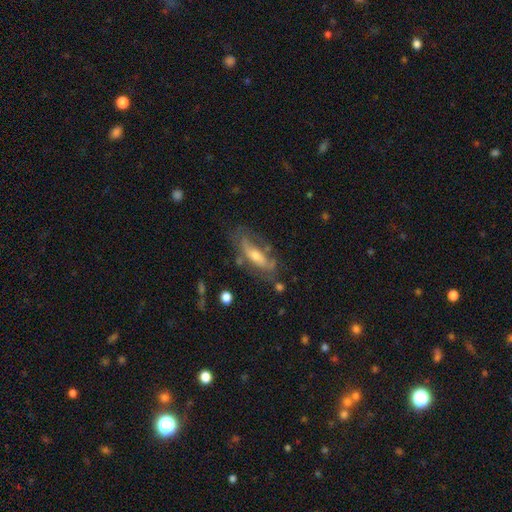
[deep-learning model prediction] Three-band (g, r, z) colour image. It shows a featured or disk galaxy (58%). Merging: none (57%).